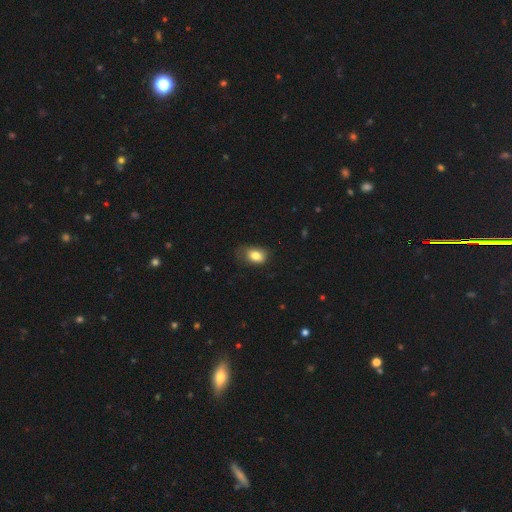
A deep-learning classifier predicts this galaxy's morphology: smooth_or_featured: smooth (p=0.83) [alt: star or artifact p=0.09]
how_rounded: in between (p=0.79) [alt: round p=0.20]
merging: none (p=0.57) [alt: minor disturbance p=0.31]